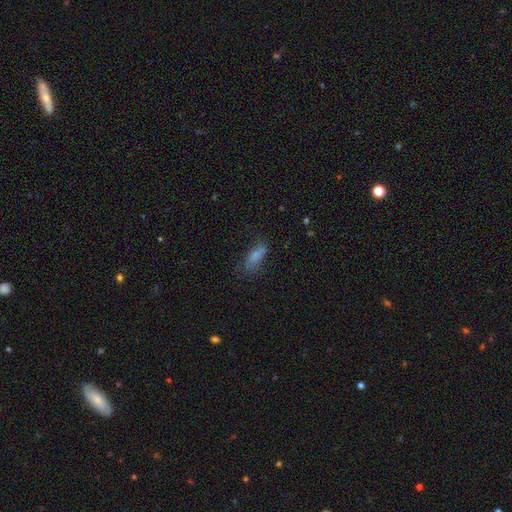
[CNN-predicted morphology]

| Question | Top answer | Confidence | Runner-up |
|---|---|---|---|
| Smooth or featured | smooth | 70% | featured or disk (18%) |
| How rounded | in between | 69% | cigar-shaped (27%) |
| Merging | none | 51% | minor disturbance (26%) |